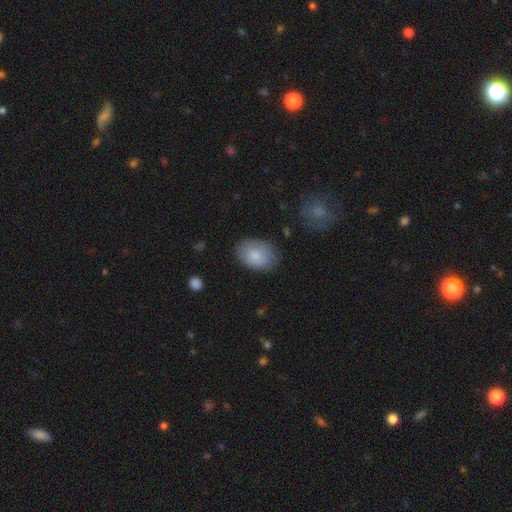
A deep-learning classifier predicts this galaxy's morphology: This is likely a smooth galaxy (80%). How rounded: clearly in between (84%). Merging: likely none (76%).